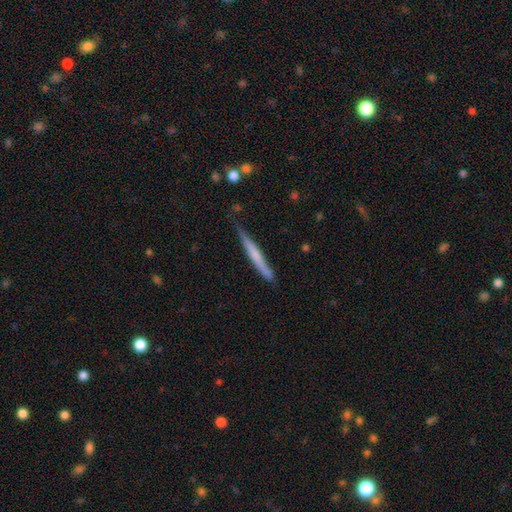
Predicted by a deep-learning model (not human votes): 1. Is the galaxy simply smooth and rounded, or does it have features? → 53% smooth, 41% featured or disk, 6% star or artifact.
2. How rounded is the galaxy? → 96% cigar-shaped, 3% in between, 1% round.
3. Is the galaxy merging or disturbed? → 74% none, 21% minor disturbance, 3% major disturbance, 2% merger.